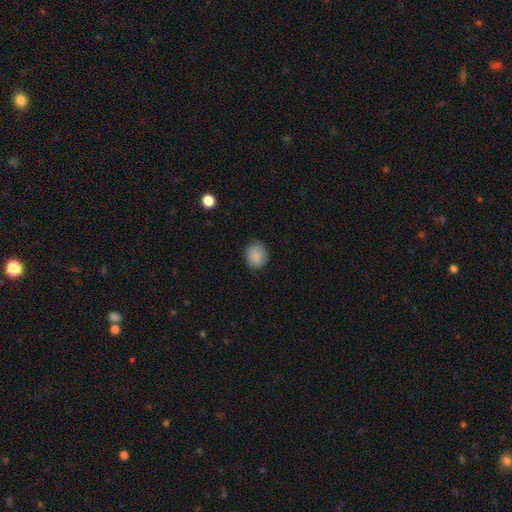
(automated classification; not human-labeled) A smooth galaxy with no disk features (86%) that is round (52%).

Vote fractions:
- Smooth or featured? smooth: 86% / star or artifact: 7% / featured or disk: 7%
- How rounded? round: 52% / in between: 47% / cigar-shaped: 1%
- Merging? none: 77% / minor disturbance: 18% / major disturbance: 4% / merger: 1%